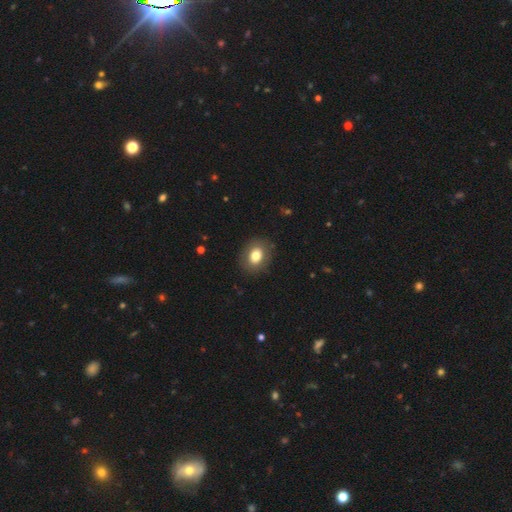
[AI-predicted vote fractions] This appears to be a smooth galaxy with no disk features (79%) that is in between round and cigar-shaped (62%). Merging: none (87%).